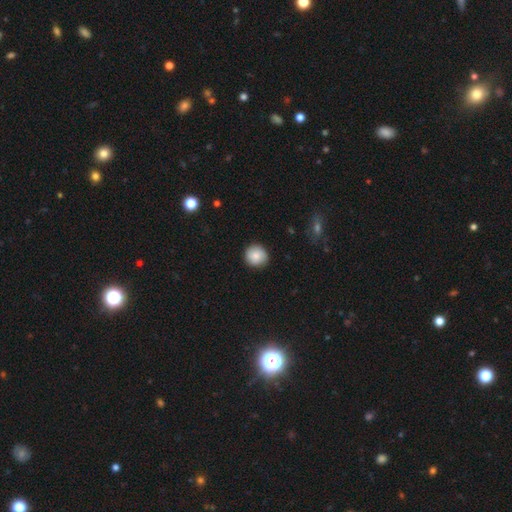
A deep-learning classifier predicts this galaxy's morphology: A smooth galaxy with no disk features (84%) that is round (91%). Merging: none (88%).